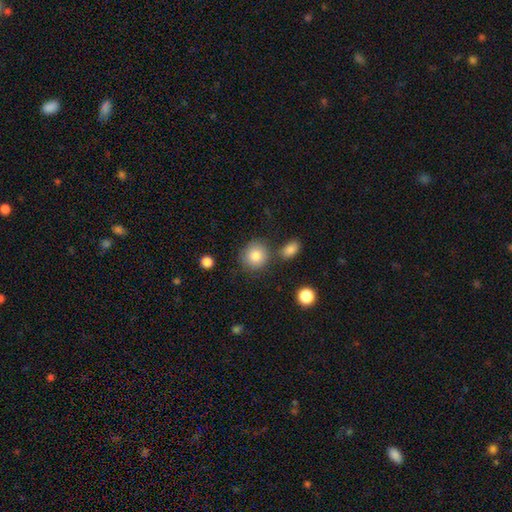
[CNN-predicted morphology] This appears to be a smooth galaxy with no disk features (84%) that is round (85%). Merging: none (74%).